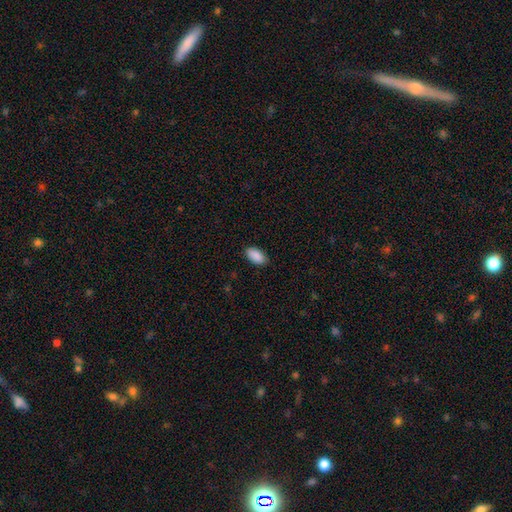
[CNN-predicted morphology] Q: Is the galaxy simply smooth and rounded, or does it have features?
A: smooth — 90%.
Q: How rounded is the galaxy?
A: in between — 94%.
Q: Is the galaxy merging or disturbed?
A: none — 87%.